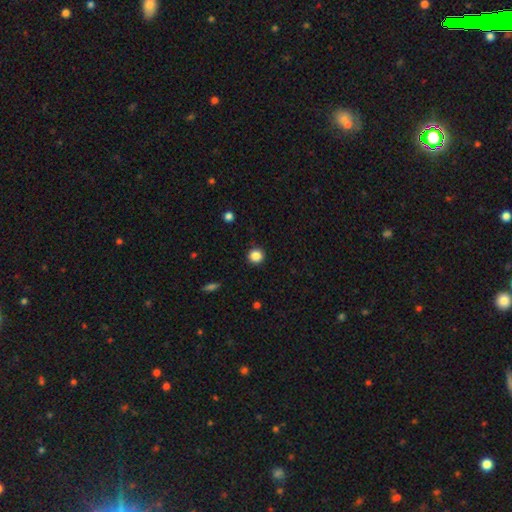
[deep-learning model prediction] Q: Smooth or featured?
A: smooth (86%); runner-up: star or artifact (11%)
Q: How rounded?
A: round (94%); runner-up: in between (5%)
Q: Merging?
A: none (92%); runner-up: minor disturbance (5%)